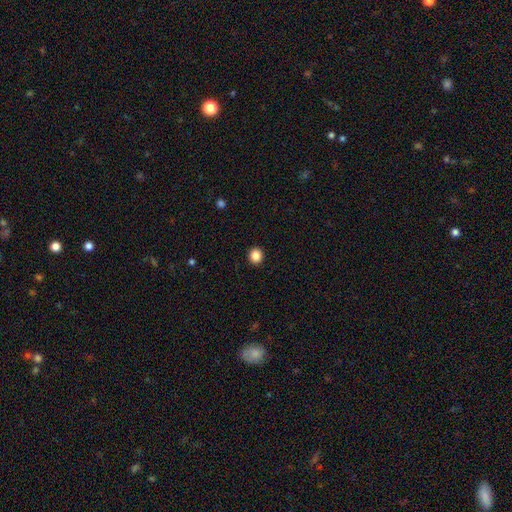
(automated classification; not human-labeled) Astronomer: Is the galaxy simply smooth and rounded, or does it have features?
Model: smooth — 87%.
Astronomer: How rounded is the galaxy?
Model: round — 87%.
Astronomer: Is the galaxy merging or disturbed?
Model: none — 93%.